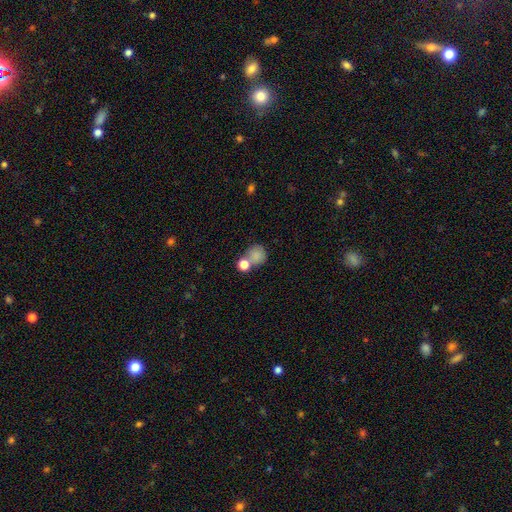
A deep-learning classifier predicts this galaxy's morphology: Smooth or featured?
  - smooth: 80% *
  - star or artifact: 11%
  - featured or disk: 9%
How rounded?
  - round: 80% *
  - in between: 19%
  - cigar-shaped: 1%
Merging?
  - none: 47% *
  - merger: 35%
  - minor disturbance: 12%
  - major disturbance: 6%